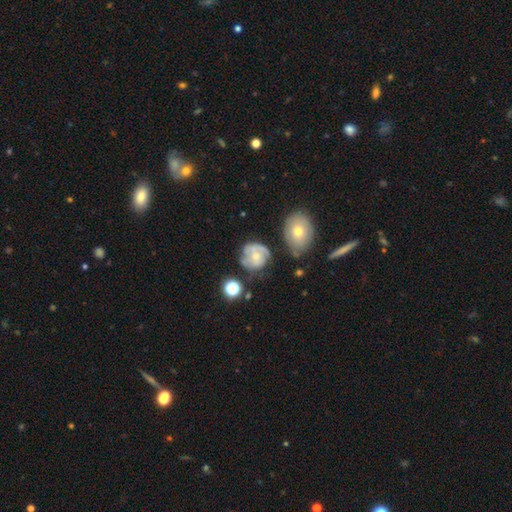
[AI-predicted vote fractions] This is possibly a featured or disk galaxy (60%). It is clearly not viewed edge-on (97%). Bar: likely no (75%). Spiral arm pattern: likely yes (71%). Central bulge: possibly small (55%). Merging: possibly none (50%).